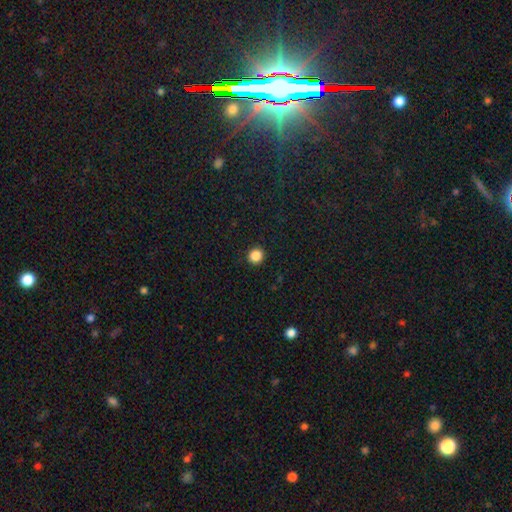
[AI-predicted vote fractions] smooth_or_featured: smooth (p=0.87) [alt: star or artifact p=0.11]
how_rounded: round (p=0.92) [alt: in between p=0.07]
merging: none (p=0.93) [alt: minor disturbance p=0.05]